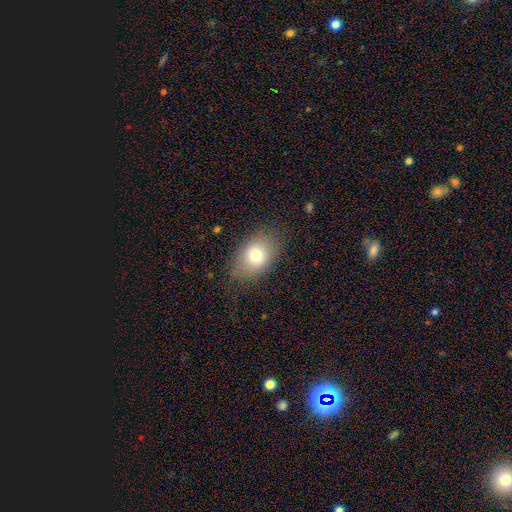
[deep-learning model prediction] Overall: smooth (73%). How rounded: in between (78%). Merging: none (80%).